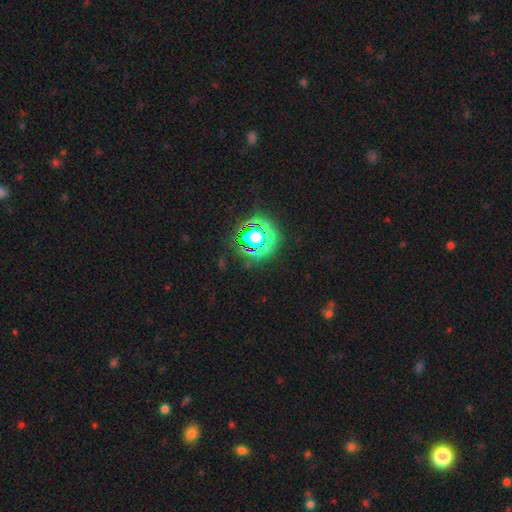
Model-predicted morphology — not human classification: Smooth or featured? Predicted: star or artifact (p=0.79).